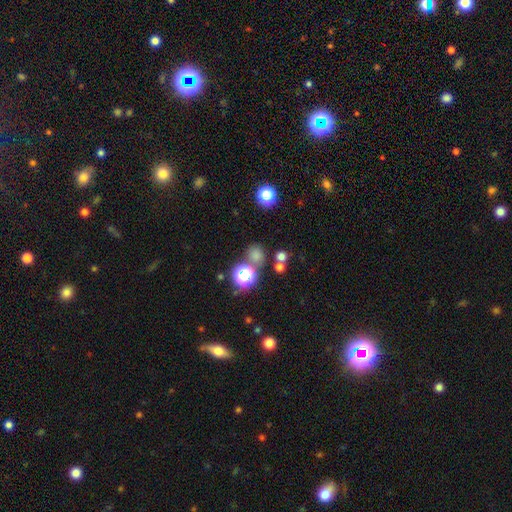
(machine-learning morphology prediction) This appears to be a smooth galaxy with no disk features (64%) that is round (82%). Merging: none (69%).